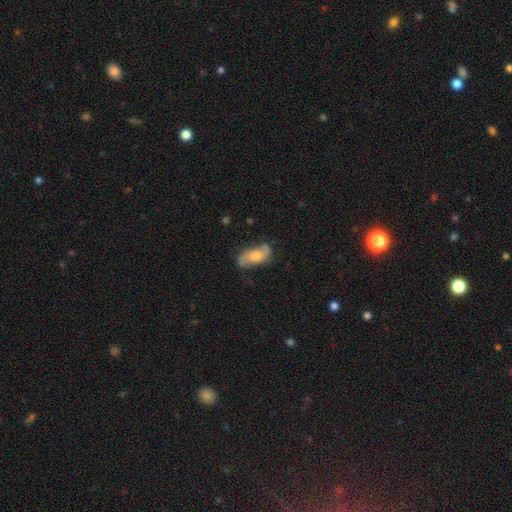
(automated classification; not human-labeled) Overall: featured or disk (53%; smooth 40%). Edge-on disk: no (91%). Merging: none (68%).